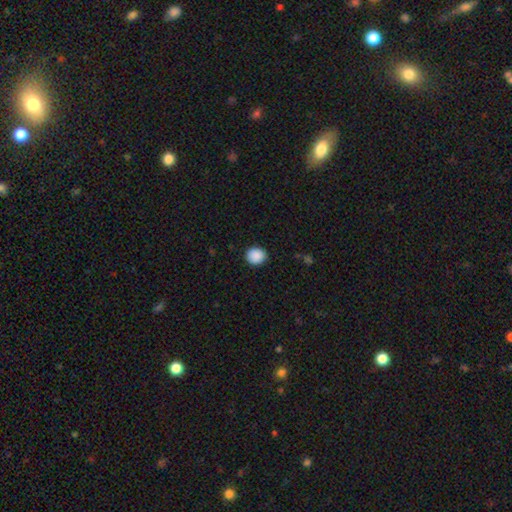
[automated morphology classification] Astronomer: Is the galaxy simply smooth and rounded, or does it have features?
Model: smooth — 90%.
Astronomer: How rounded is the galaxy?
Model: round — 80%.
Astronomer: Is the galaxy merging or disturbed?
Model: none — 90%.